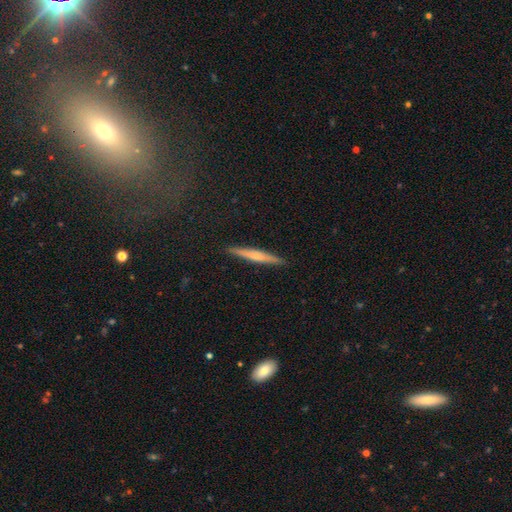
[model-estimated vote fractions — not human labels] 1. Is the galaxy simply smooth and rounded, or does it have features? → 46% smooth (tied), 46% featured or disk (tied), 7% star or artifact.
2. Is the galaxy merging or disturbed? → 91% none, 6% minor disturbance, 1% major disturbance, 1% merger.